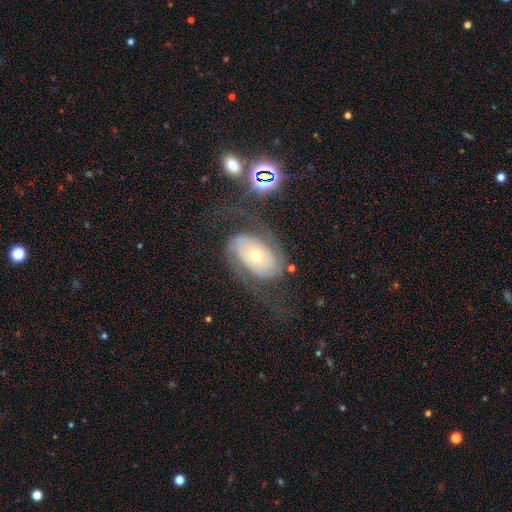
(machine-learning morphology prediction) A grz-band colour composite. It shows a featured or disk galaxy (77%) with no bar (76%), 2 (78%) tight (42%) spiral arms (88%) and a moderate central bulge (56%). Merging: none (60%).